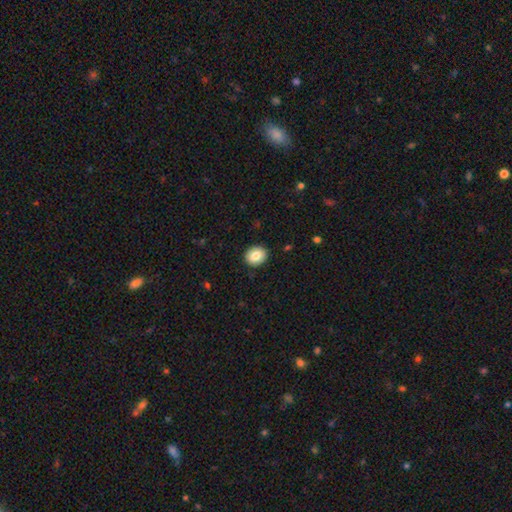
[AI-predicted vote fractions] This is clearly a smooth galaxy (83%). How rounded: likely round (61%). Merging: clearly none (91%).